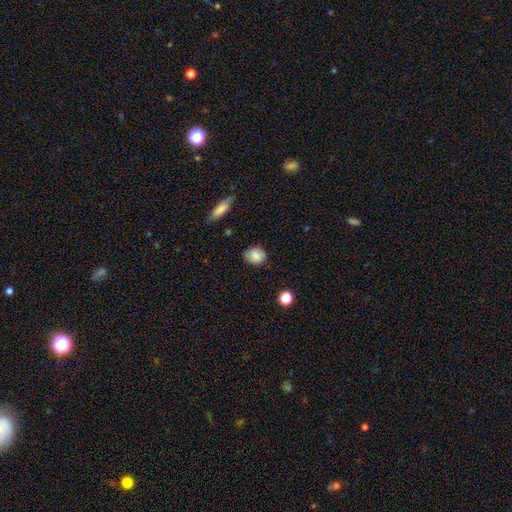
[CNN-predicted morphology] smooth 85%, star or artifact 8%, featured or disk 7%. Down the decision tree: how rounded — round (64%); merging — none (83%).